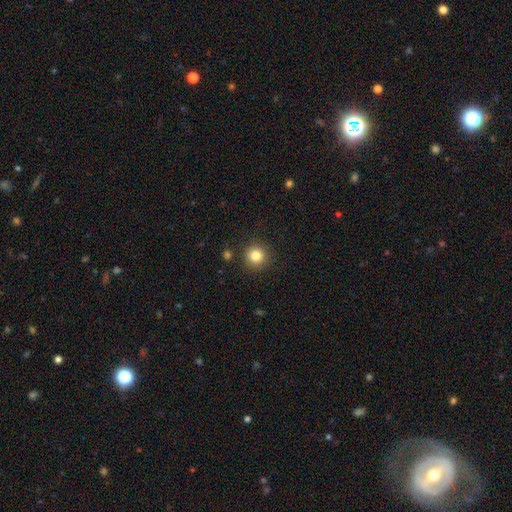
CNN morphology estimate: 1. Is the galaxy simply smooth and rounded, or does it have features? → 83% smooth, 11% star or artifact, 6% featured or disk.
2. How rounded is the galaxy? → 94% round, 5% in between, 1% cigar-shaped.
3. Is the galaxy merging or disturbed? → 89% none, 6% minor disturbance, 2% major disturbance, 2% merger.